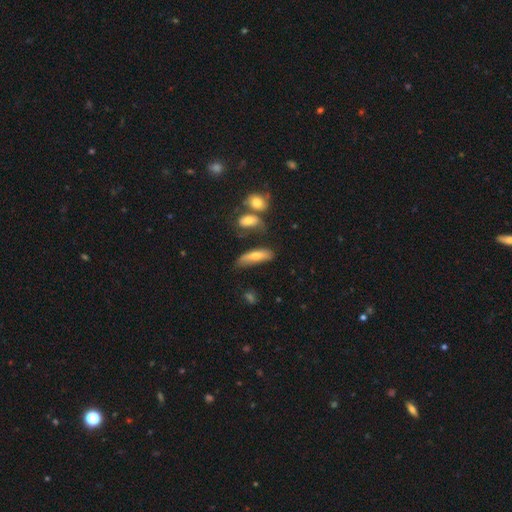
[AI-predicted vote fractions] The model was most divided on "how rounded": cigar-shaped: 52%, in between: 45%, round: 3%. More confident: smooth or featured — smooth (61%); merging — none (52%).